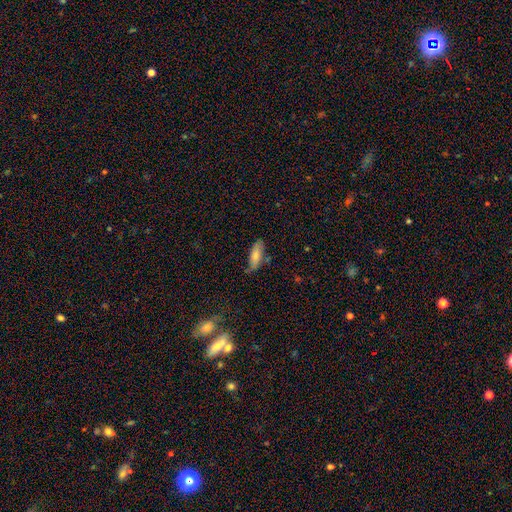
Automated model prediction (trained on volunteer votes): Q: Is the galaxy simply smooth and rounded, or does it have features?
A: smooth — 77%.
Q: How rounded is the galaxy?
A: in between — 71%.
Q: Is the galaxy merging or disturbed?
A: none — 70%.